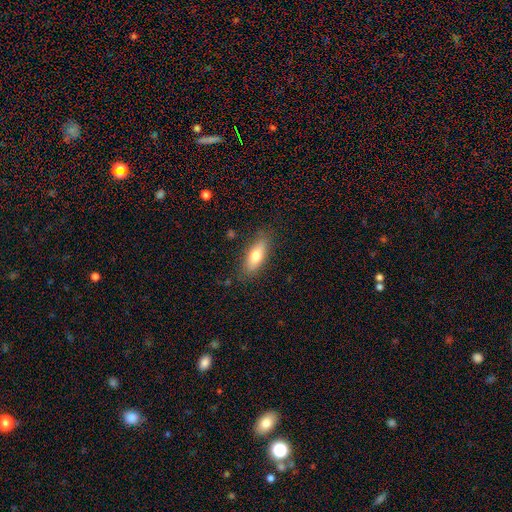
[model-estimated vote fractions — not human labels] smooth_or_featured: smooth (p=0.69) [alt: featured or disk p=0.24]
how_rounded: in between (p=0.65) [alt: cigar-shaped p=0.32]
merging: none (p=0.83) [alt: minor disturbance p=0.13]